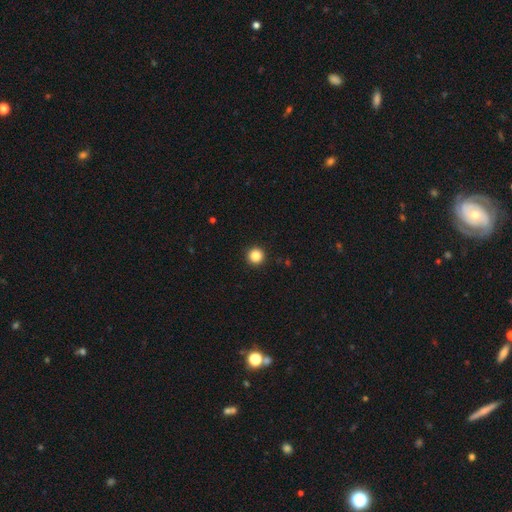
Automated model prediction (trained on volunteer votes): Morphology: type=smooth (85%); roundness=round (96%); merging=none (94%).